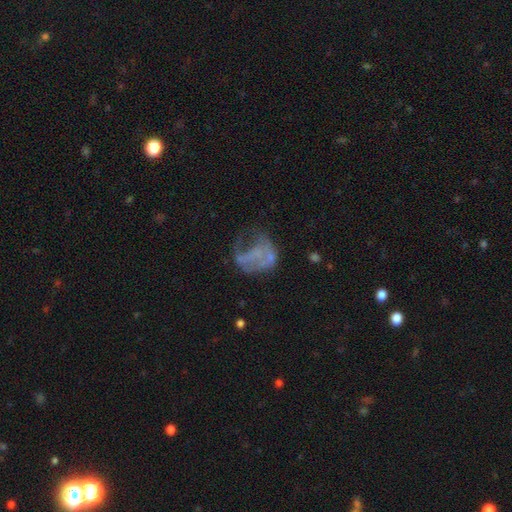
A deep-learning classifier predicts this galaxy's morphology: Smooth or featured? featured or disk (51%)
Edge-on disk? no (98%)
Merging? major disturbance (44%)